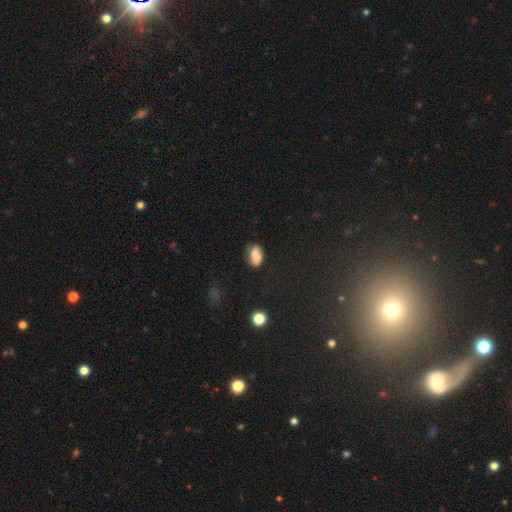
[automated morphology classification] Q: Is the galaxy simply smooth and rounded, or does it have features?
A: smooth — 75%.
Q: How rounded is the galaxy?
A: in between — 89%.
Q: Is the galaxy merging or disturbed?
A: none — 62%.